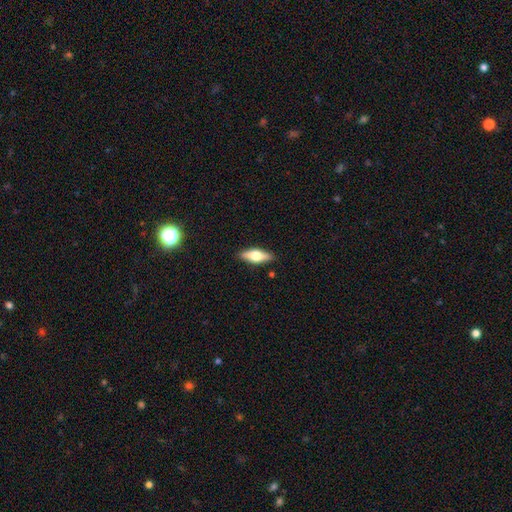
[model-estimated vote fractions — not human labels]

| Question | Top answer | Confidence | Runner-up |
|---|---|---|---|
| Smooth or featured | smooth | 51% | featured or disk (42%) |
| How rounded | in between | 61% | cigar-shaped (36%) |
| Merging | none | 88% | minor disturbance (9%) |